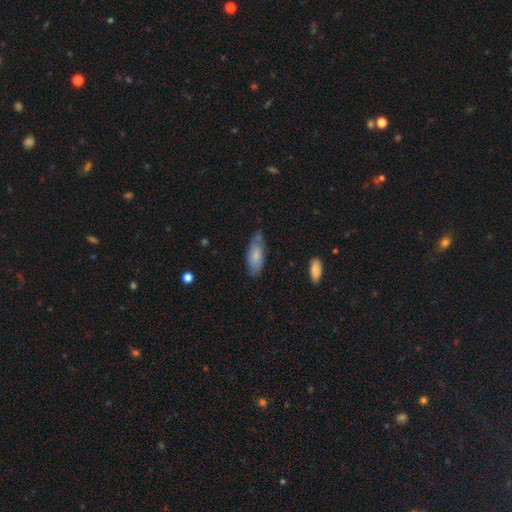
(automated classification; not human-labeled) Overall: smooth (73%). How rounded: in between (74%). Merging: none (69%).